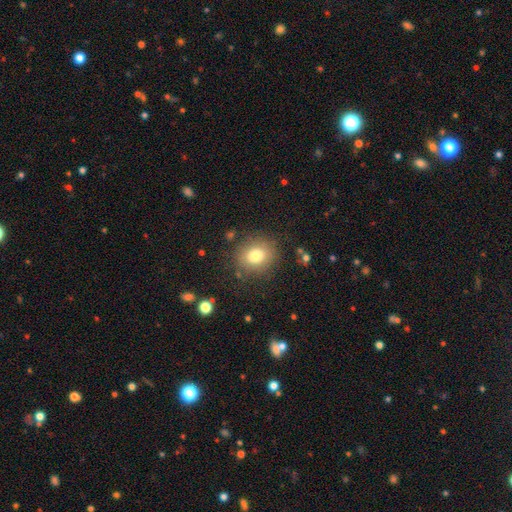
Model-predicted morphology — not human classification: type=smooth (78%); roundness=round (73%); merging=none (82%).